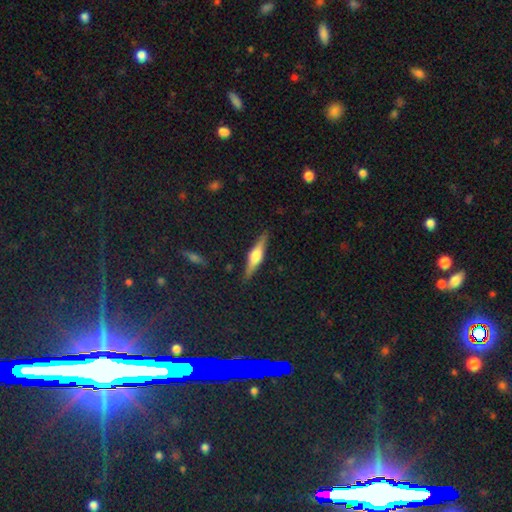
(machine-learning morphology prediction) Smooth or featured?
  - featured or disk: 66% *
  - smooth: 27%
  - star or artifact: 6%
Edge-on disk?
  - yes: 97% *
  - no: 3%
Edge-on bulge?
  - rounded: 88% *
  - boxy: 9%
  - none: 3%
Merging?
  - none: 89% *
  - minor disturbance: 8%
  - major disturbance: 2%
  - merger: 1%